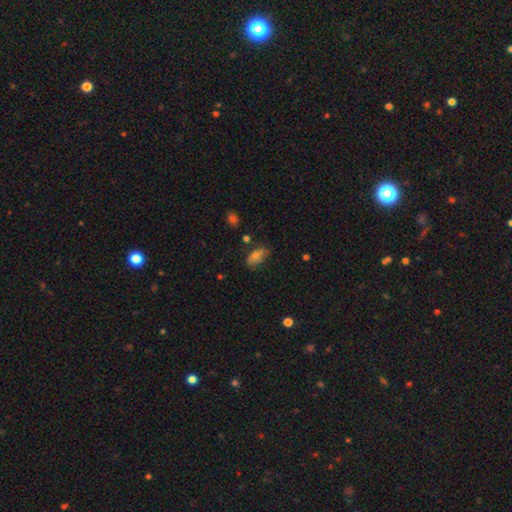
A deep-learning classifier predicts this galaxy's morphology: Overall: smooth (66%). How rounded: in between (88%). Merging: none (69%).